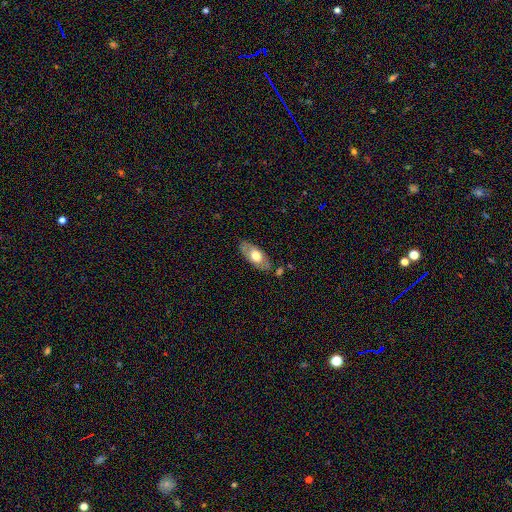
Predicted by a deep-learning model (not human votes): smooth-or-featured: smooth: 58% | featured or disk: 36% | star or artifact: 6%
  how-rounded: in between: 88% | cigar-shaped: 9% | round: 3%
  merging: none: 80% | minor disturbance: 13% | merger: 4% | major disturbance: 3%